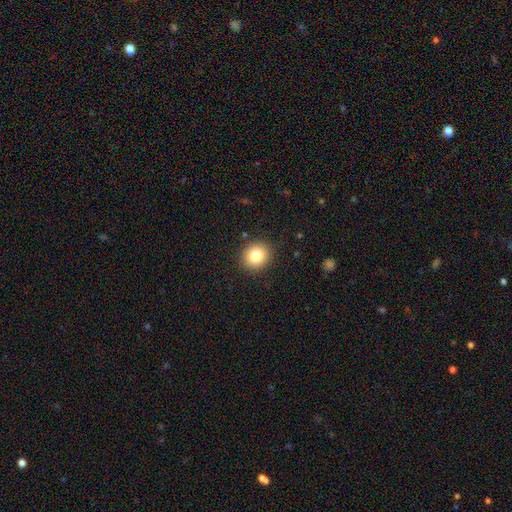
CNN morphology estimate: type=smooth (82%); roundness=round (78%); merging=none (89%).